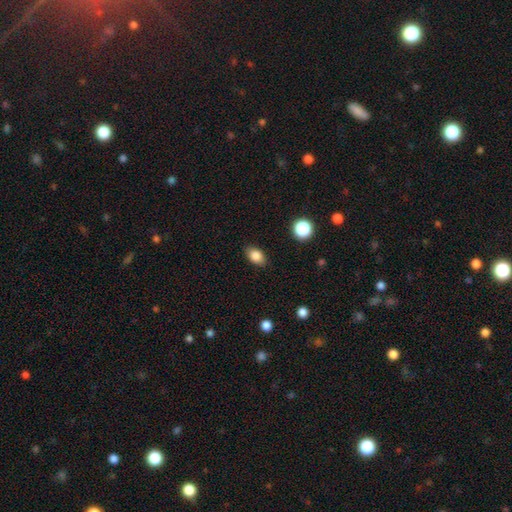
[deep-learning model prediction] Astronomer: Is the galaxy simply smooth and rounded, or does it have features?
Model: smooth — 85%.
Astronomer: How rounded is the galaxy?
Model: in between — 83%.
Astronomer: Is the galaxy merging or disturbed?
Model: none — 86%.